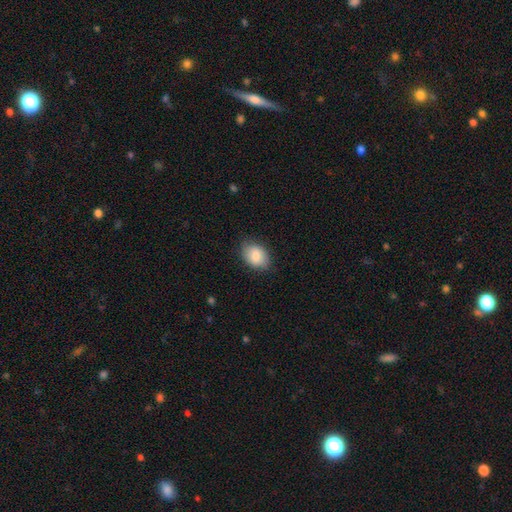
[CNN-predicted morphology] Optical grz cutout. It shows a smooth galaxy with no disk features (84%) that is in between round and cigar-shaped (81%). Merging: none (80%).